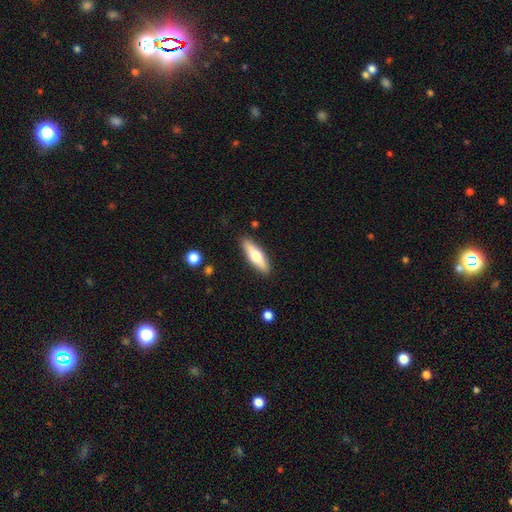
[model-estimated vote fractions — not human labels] Smooth or featured: smooth — 57% (featured or disk — 38%)
How rounded: cigar-shaped — 57% (in between — 41%)
Merging: none — 88% (minor disturbance — 9%)